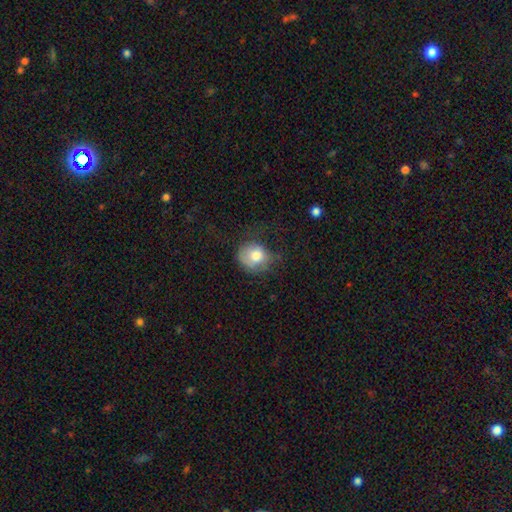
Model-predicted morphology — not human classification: smooth-or-featured: smooth: 76% | featured or disk: 15% | star or artifact: 9%
  how-rounded: round: 71% | in between: 28% | cigar-shaped: 1%
  merging: none: 47% | minor disturbance: 29% | major disturbance: 23% | merger: 2%